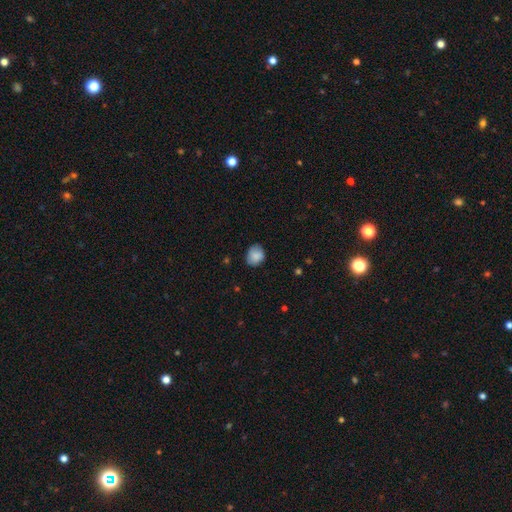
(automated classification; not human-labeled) A smooth galaxy with no disk features (85%) that is round (63%).

Vote fractions:
- Smooth or featured? smooth: 85% / star or artifact: 8% / featured or disk: 6%
- How rounded? round: 63% / in between: 36% / cigar-shaped: 1%
- Merging? none: 75% / minor disturbance: 19% / major disturbance: 4% / merger: 1%